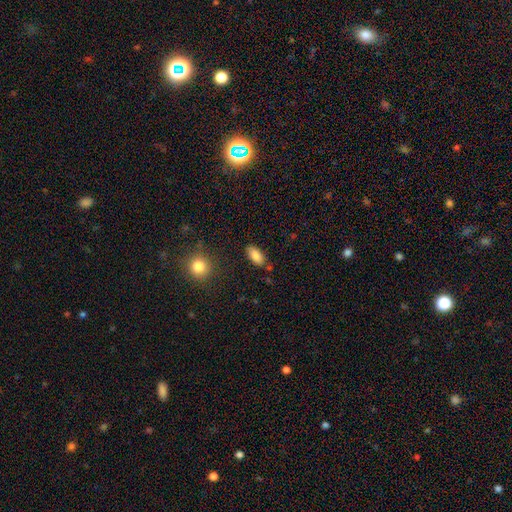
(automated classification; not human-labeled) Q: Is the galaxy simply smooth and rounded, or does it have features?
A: smooth — 85%.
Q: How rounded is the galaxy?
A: in between — 91%.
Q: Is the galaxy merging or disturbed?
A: none — 81%.